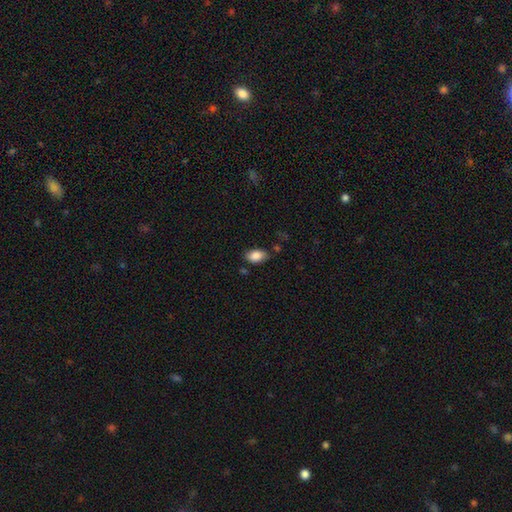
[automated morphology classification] Smooth or featured?
  - smooth: 87% *
  - star or artifact: 7%
  - featured or disk: 6%
How rounded?
  - in between: 90% *
  - round: 8%
  - cigar-shaped: 2%
Merging?
  - none: 75% *
  - minor disturbance: 18%
  - major disturbance: 4%
  - merger: 3%